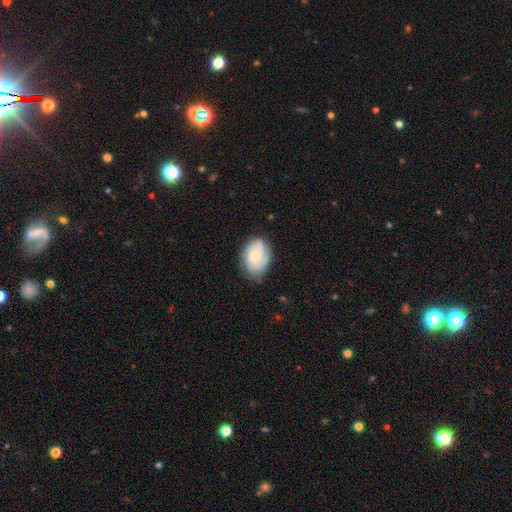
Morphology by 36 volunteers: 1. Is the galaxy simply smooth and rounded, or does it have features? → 50% smooth, 44% featured or disk, 6% star or artifact.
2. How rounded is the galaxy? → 89% in between, 11% round, 0% cigar-shaped.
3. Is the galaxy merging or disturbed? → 79% none, 15% minor disturbance, 6% major disturbance, 0% merger.